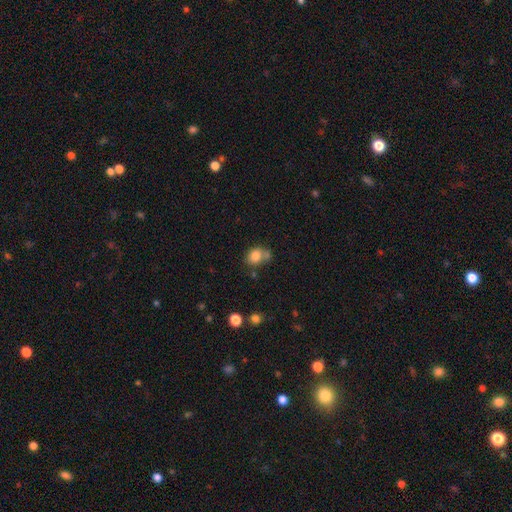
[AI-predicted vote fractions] Q: Smooth or featured?
A: smooth (81%); runner-up: star or artifact (10%)
Q: How rounded?
A: round (60%); runner-up: in between (39%)
Q: Merging?
A: none (50%); runner-up: merger (27%)